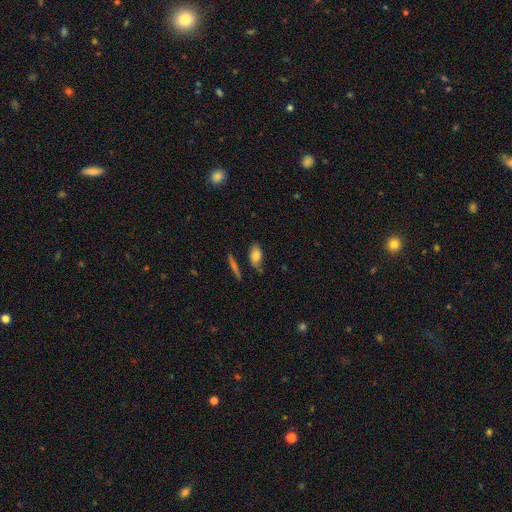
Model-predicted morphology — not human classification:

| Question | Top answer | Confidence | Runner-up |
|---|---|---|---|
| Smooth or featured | smooth | 80% | featured or disk (13%) |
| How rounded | in between | 87% | cigar-shaped (8%) |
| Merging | none | 73% | minor disturbance (18%) |